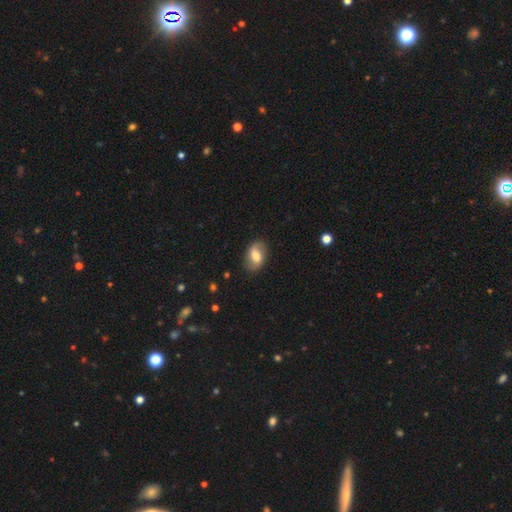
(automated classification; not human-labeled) smooth 64%, featured or disk 29%, star or artifact 7%. Down the decision tree: how rounded — in between (86%); merging — none (82%).